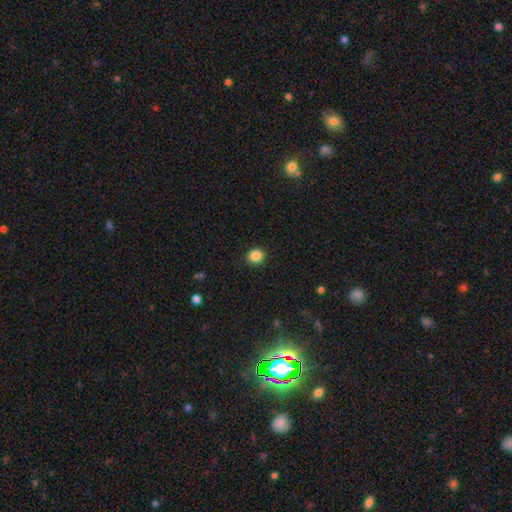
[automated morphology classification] Q: Smooth or featured?
A: smooth (86%); runner-up: star or artifact (10%)
Q: How rounded?
A: round (81%); runner-up: in between (18%)
Q: Merging?
A: none (90%); runner-up: minor disturbance (7%)